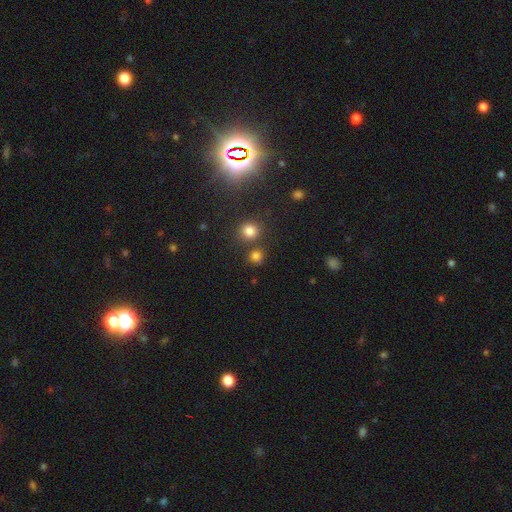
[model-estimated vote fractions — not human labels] Smooth or featured? Predicted: smooth (p=0.77). How rounded? Predicted: round (p=0.85). Merging? Predicted: none (p=0.72).